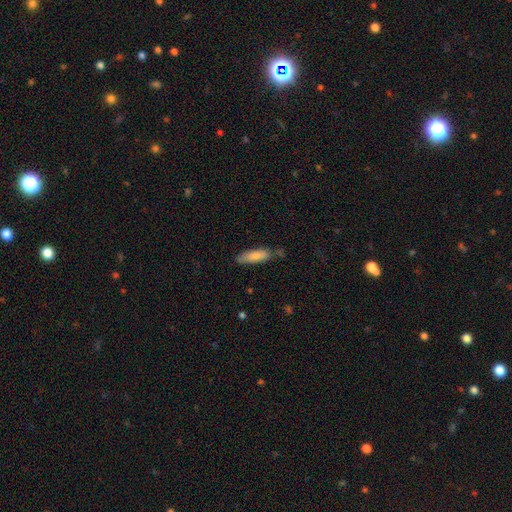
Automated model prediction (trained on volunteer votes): This appears to be a smooth galaxy with no disk features (84%) that is cigar-shaped (54%). Merging: none (72%).